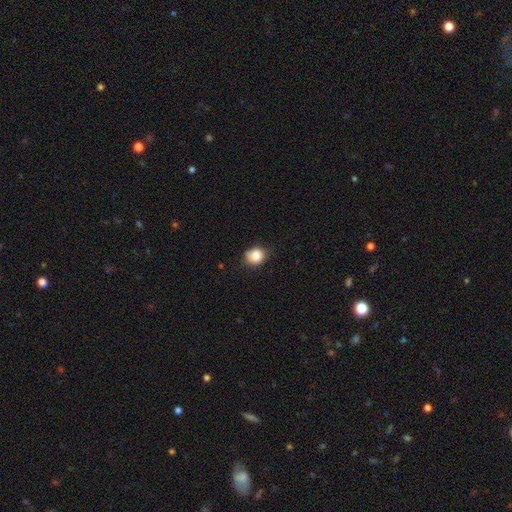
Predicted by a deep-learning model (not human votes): Smooth or featured? Predicted: smooth (p=0.85). How rounded? Predicted: round (p=0.72). Merging? Predicted: none (p=0.68).